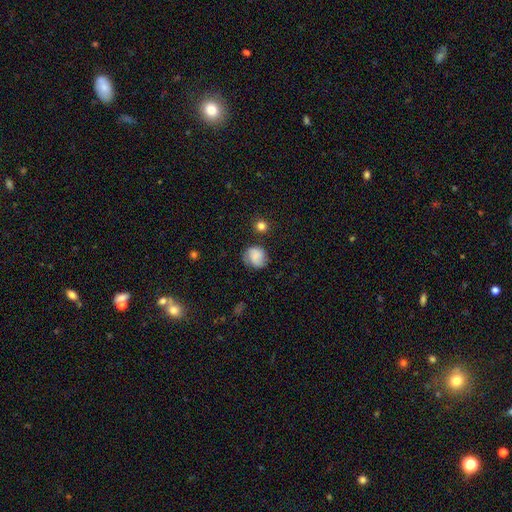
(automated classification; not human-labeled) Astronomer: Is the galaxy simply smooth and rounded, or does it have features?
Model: smooth — 63%.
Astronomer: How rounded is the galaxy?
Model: round — 75%.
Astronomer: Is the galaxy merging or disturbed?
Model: none — 67%.